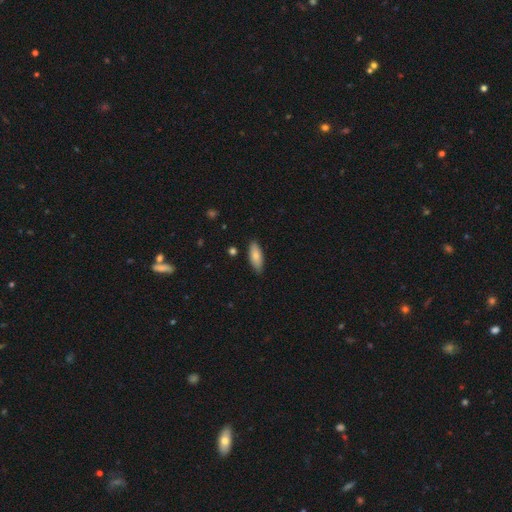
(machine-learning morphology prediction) A smooth galaxy with no disk features (79%) that is in between round and cigar-shaped (74%). Merging: none (84%).